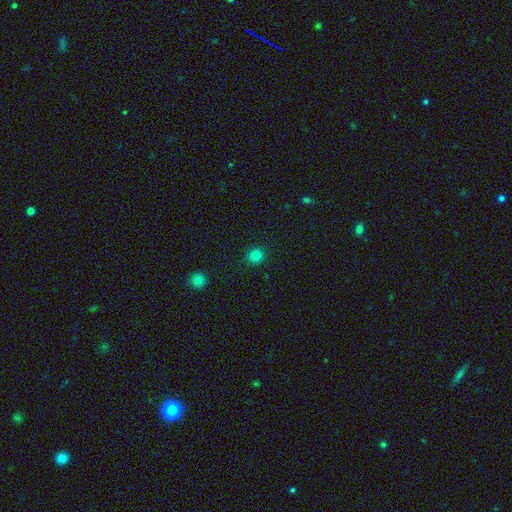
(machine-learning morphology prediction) Smooth or featured? Predicted: smooth (p=0.82). How rounded? Predicted: round (p=0.92). Merging? Predicted: none (p=0.91).